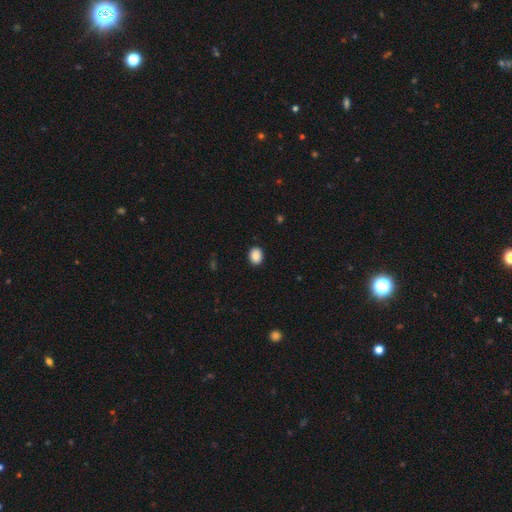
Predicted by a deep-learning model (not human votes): A smooth galaxy with no disk features (89%) that is in between round and cigar-shaped (54%). Merging: none (90%).